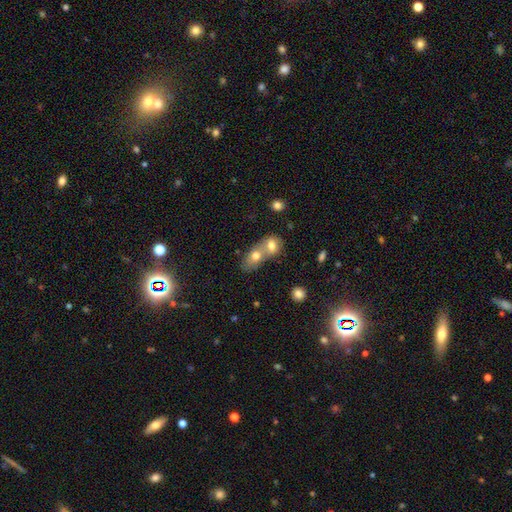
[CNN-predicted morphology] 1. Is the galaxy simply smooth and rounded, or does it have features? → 71% smooth, 20% featured or disk, 9% star or artifact.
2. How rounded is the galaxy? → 65% in between, 31% round, 4% cigar-shaped.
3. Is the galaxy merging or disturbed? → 73% merger, 19% none, 5% minor disturbance, 3% major disturbance.